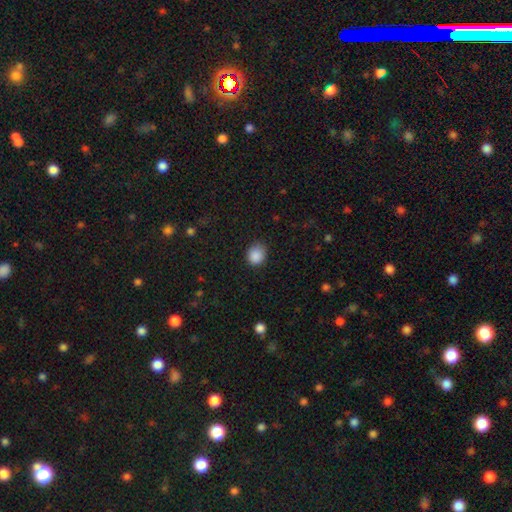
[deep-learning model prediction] Overall: smooth (87%). How rounded: round (73%). Merging: none (75%).